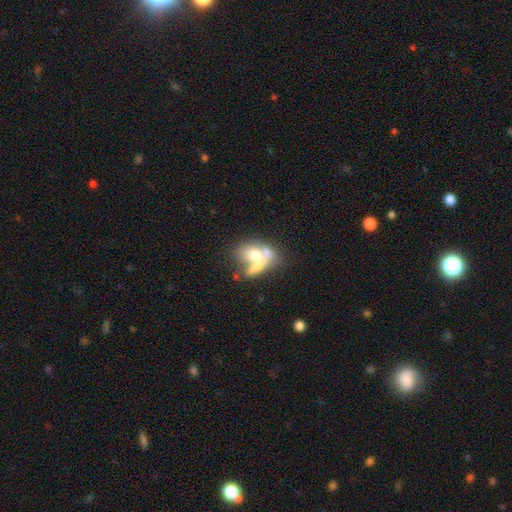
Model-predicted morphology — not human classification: This appears to be a smooth galaxy with no disk features (55%) that is in between round and cigar-shaped (71%). Merging: merger (61%).